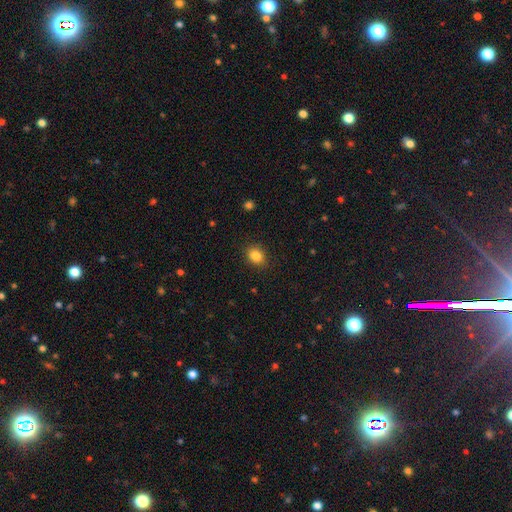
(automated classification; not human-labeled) Overall: smooth (86%). How rounded: in between (54%; round 45%). Merging: none (88%).